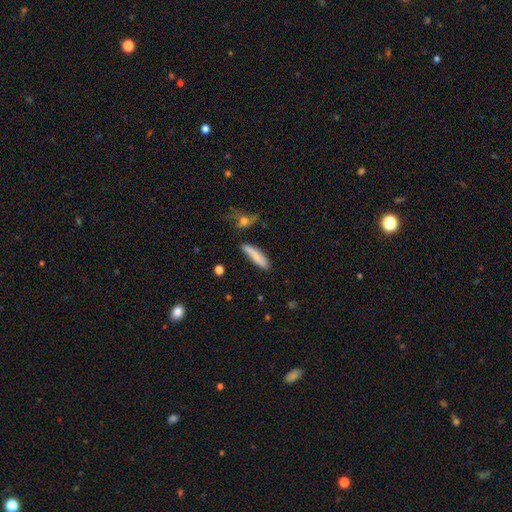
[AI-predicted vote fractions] Q: Smooth or featured?
A: smooth (76%); runner-up: featured or disk (18%)
Q: How rounded?
A: cigar-shaped (76%); runner-up: in between (22%)
Q: Merging?
A: none (71%); runner-up: minor disturbance (19%)